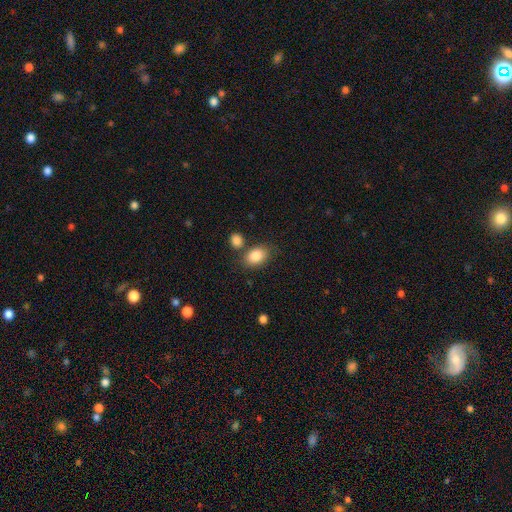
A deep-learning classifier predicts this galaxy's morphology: Smooth or featured? smooth (86%)
How rounded? in between (79%)
Merging? none (69%)